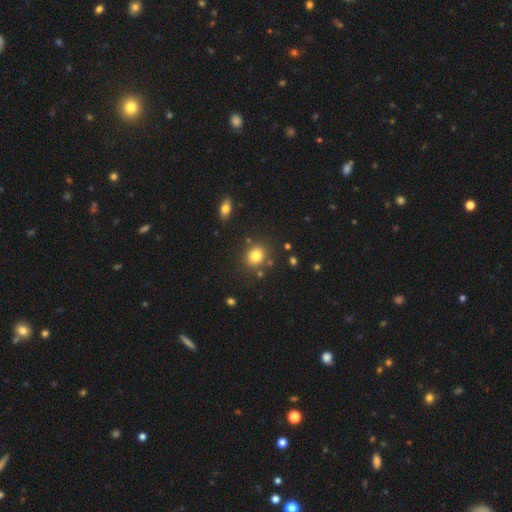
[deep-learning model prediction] Smooth or featured?
  - smooth: 80% *
  - star or artifact: 12%
  - featured or disk: 8%
How rounded?
  - round: 69% *
  - in between: 30%
  - cigar-shaped: 1%
Merging?
  - none: 82% *
  - minor disturbance: 9%
  - merger: 6%
  - major disturbance: 3%